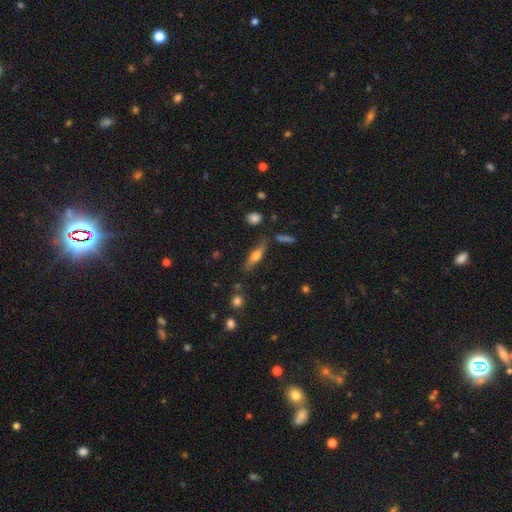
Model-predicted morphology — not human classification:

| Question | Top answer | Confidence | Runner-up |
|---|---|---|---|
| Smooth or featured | smooth | 50% | featured or disk (42%) |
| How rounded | cigar-shaped | 65% | in between (32%) |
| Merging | none | 76% | minor disturbance (15%) |